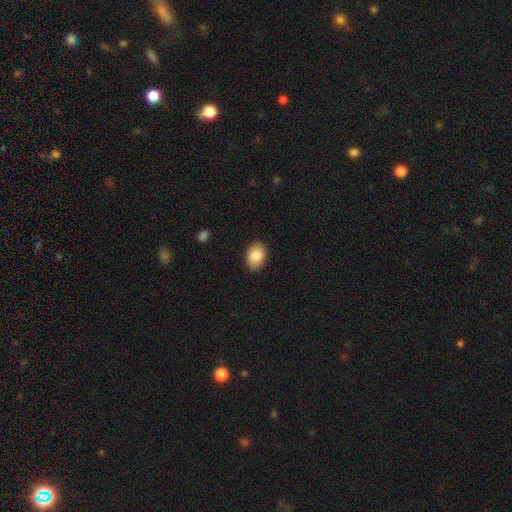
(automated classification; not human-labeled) smooth-or-featured: smooth: 85% | featured or disk: 8% | star or artifact: 7%
  how-rounded: in between: 85% | round: 14% | cigar-shaped: 1%
  merging: none: 89% | minor disturbance: 8% | major disturbance: 2% | merger: 1%